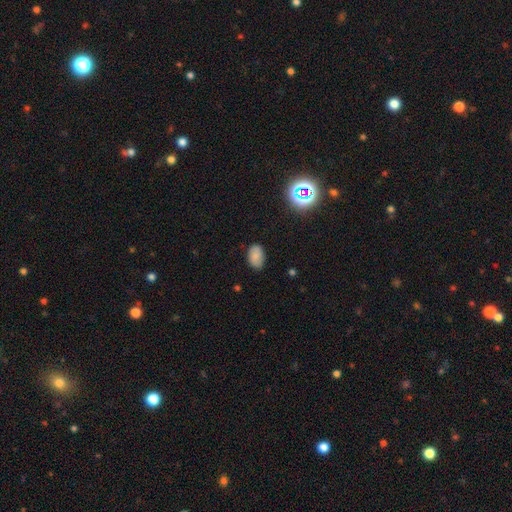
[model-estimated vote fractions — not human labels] Smooth or featured? smooth (81%)
How rounded? in between (89%)
Merging? none (82%)